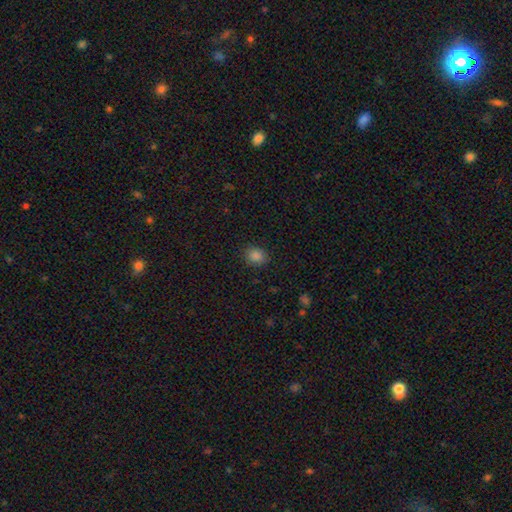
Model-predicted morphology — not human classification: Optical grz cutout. It shows a smooth galaxy with no disk features (84%) that is round (62%). Merging: none (88%).